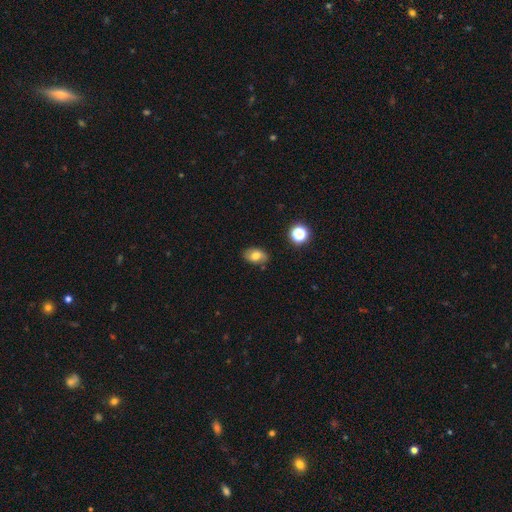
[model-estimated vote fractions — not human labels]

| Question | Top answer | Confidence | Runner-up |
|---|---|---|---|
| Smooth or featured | smooth | 67% | featured or disk (22%) |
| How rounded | in between | 83% | round (16%) |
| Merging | none | 77% | minor disturbance (17%) |